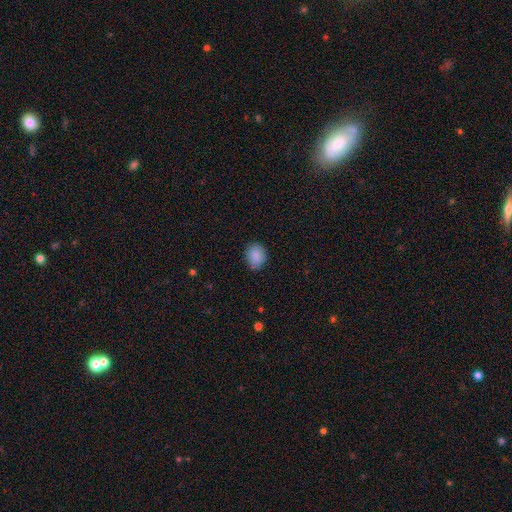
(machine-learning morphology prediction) type=smooth (88%); roundness=in between (50%); merging=none (81%).